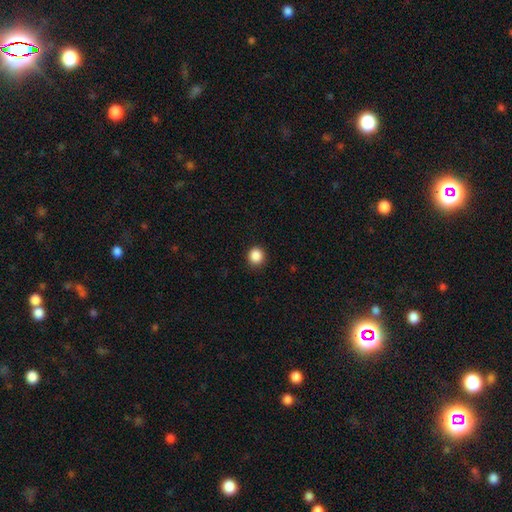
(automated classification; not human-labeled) Smooth or featured? smooth (88%)
How rounded? round (91%)
Merging? none (91%)